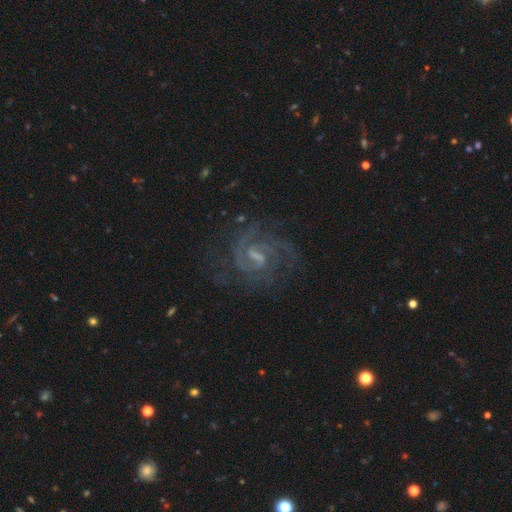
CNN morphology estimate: Smooth or featured: featured or disk — 87% (star or artifact — 8%)
Edge-on disk: no — 97% (yes — 3%)
Bar: weak — 57% (strong — 29%)
Spiral arms: yes — 97% (no — 3%)
Spiral winding: medium — 47% (tight — 44%)
Spiral arm count: 2 — 57% (3 — 17%)
Bulge size: small — 43% (none — 27%)
Merging: none — 74% (minor disturbance — 15%)